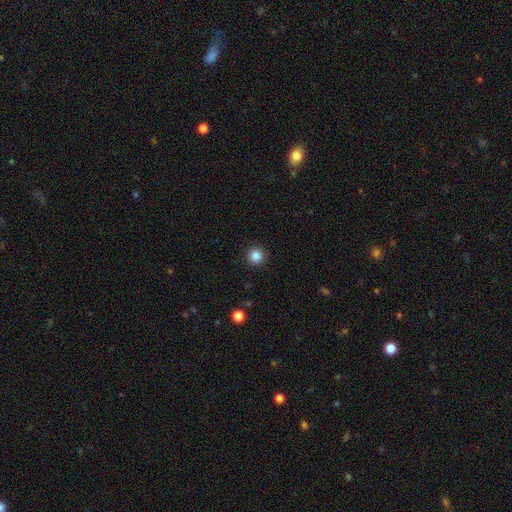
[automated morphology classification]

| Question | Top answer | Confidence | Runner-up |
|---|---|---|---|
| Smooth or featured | smooth | 85% | star or artifact (11%) |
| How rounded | round | 96% | in between (3%) |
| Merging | none | 93% | minor disturbance (5%) |